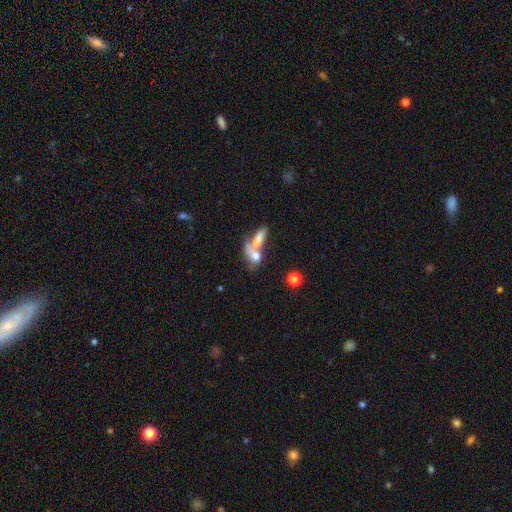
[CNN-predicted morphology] Overall: smooth (64%; featured or disk 24%). How rounded: in between (57%; round 23%). Merging: merger (58%; none 24%).